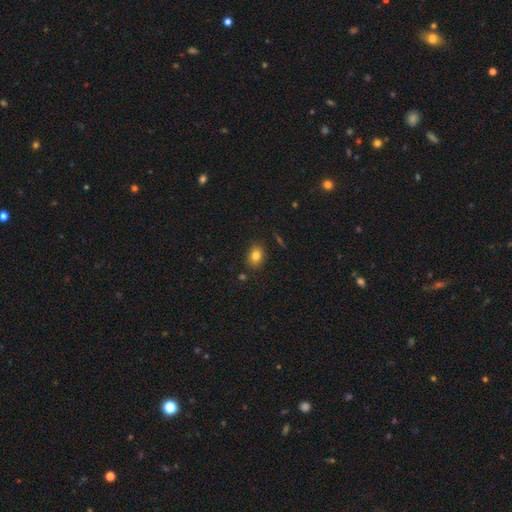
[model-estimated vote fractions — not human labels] Smooth or featured? Predicted: smooth (p=0.81). How rounded? Predicted: in between (p=0.67). Merging? Predicted: none (p=0.84).